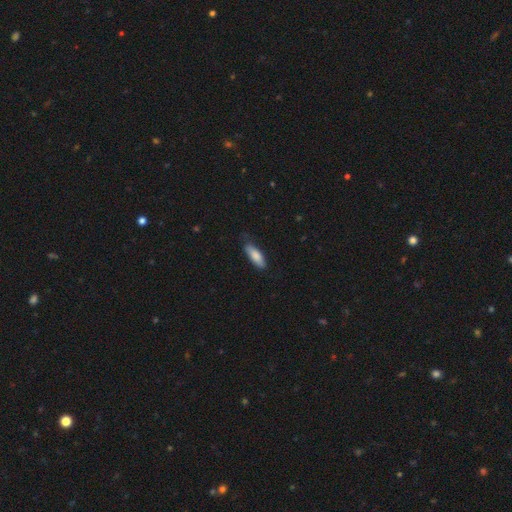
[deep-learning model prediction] Overall: smooth (82%). How rounded: in between (58%; cigar-shaped 41%). Merging: none (75%).